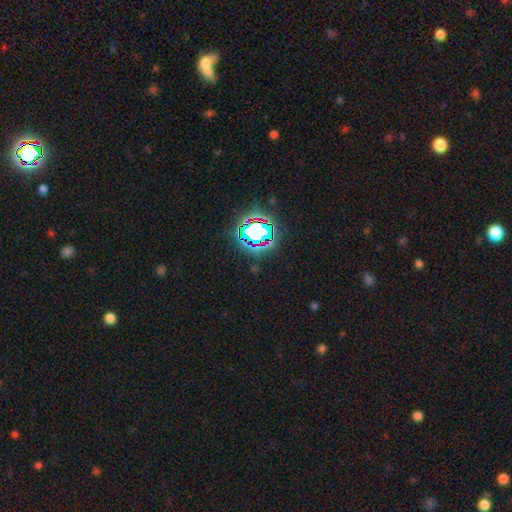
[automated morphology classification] Smooth or featured?
  - star or artifact: 78% *
  - smooth: 13%
  - featured or disk: 9%